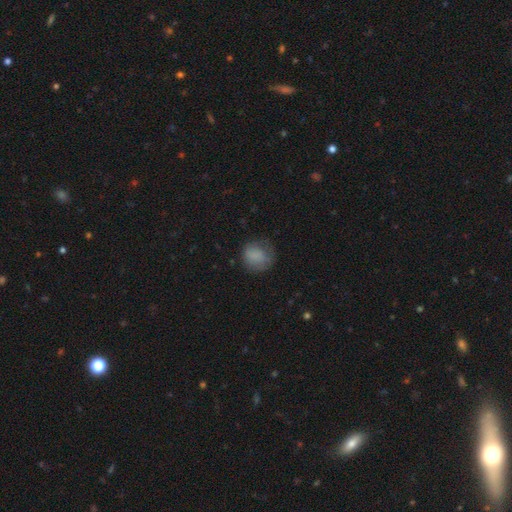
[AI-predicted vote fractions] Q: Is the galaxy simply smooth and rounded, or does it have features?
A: smooth — 81%.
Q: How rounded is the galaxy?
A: round — 73%.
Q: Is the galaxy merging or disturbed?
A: none — 59%.